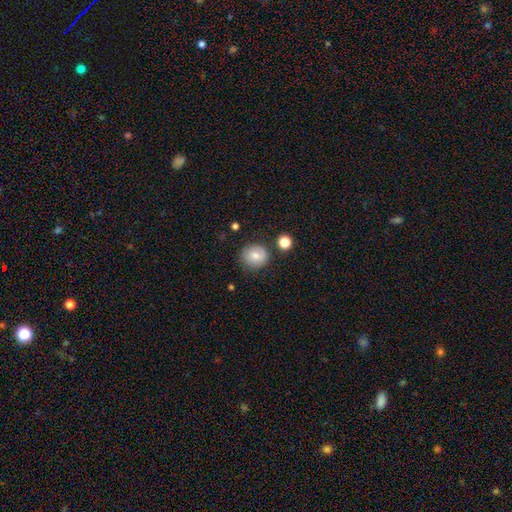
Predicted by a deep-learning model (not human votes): smooth 76%, featured or disk 14%, star or artifact 10%. Down the decision tree: how rounded — round (82%); merging — none (79%).